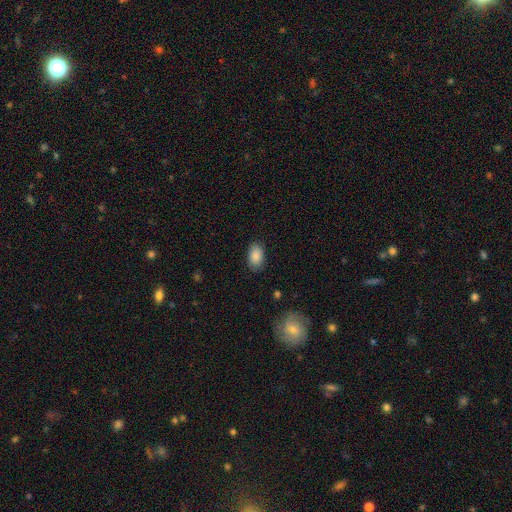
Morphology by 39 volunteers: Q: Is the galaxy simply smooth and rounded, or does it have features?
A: smooth — 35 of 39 (90%).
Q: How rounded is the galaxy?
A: in between — 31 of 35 (89%).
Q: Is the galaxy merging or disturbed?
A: none — 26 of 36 (72%).